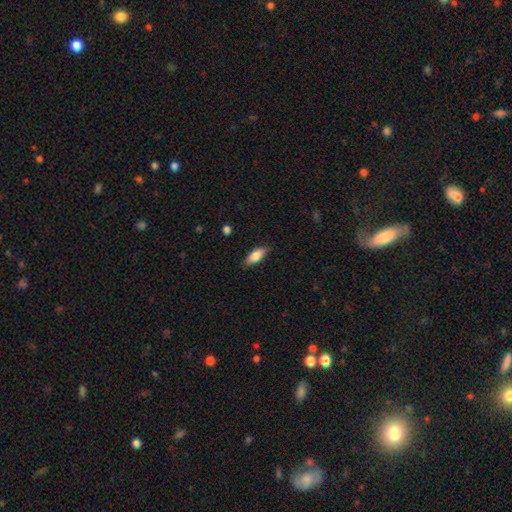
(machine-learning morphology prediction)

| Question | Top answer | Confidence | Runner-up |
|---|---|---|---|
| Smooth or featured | smooth | 81% | featured or disk (13%) |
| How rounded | in between | 75% | cigar-shaped (23%) |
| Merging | none | 84% | minor disturbance (13%) |